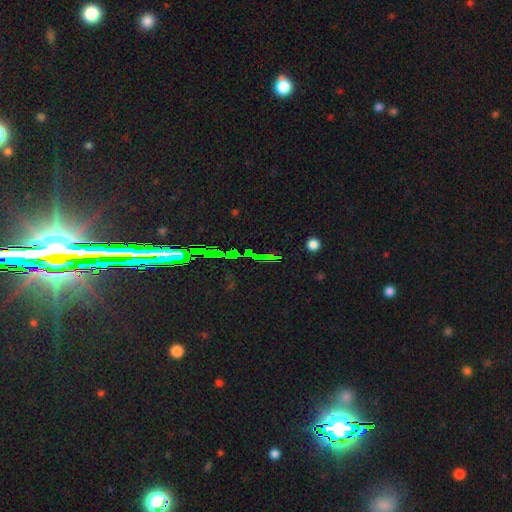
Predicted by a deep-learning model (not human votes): Smooth or featured?
  - star or artifact: 71% *
  - smooth: 16%
  - featured or disk: 13%